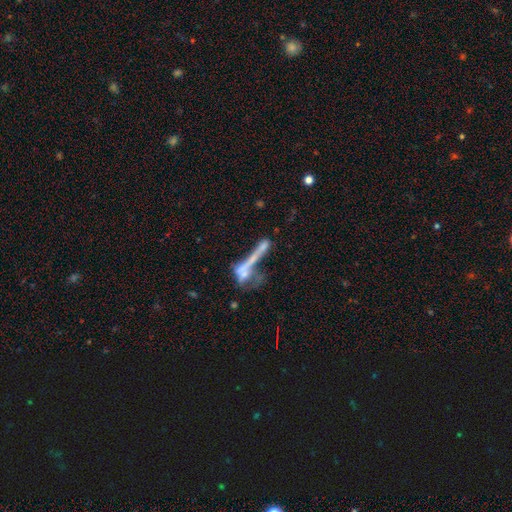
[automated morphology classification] smooth_or_featured: smooth (p=0.44) [alt: featured or disk p=0.43]
merging: merger (p=0.46) [alt: none p=0.22]